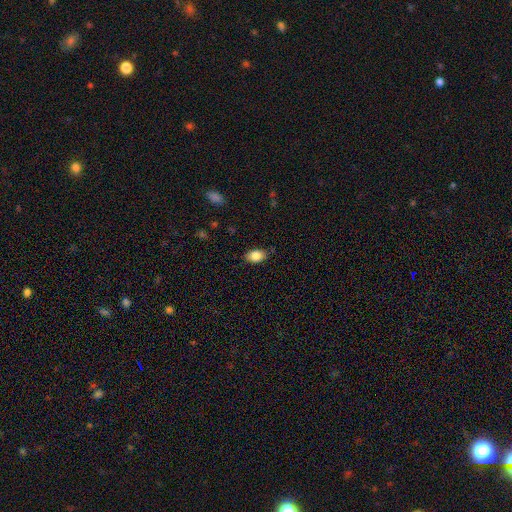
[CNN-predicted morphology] A smooth galaxy with no disk features (84%) that is in between round and cigar-shaped (85%). Merging: none (82%).